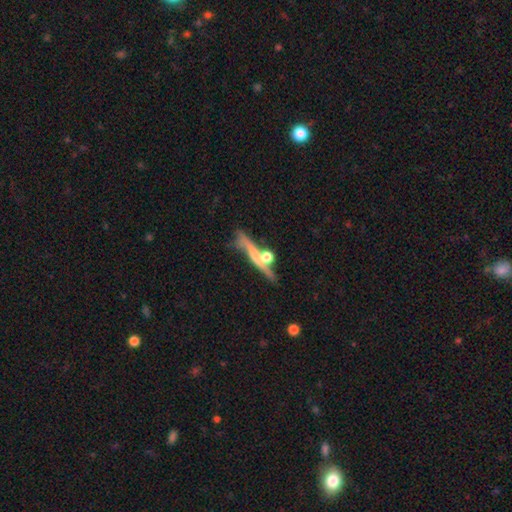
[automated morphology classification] Q: Smooth or featured?
A: featured or disk (62%); runner-up: smooth (28%)
Q: Edge-on disk?
A: yes (83%); runner-up: no (17%)
Q: Edge-on bulge?
A: rounded (61%); runner-up: none (31%)
Q: Merging?
A: none (55%); runner-up: merger (19%)